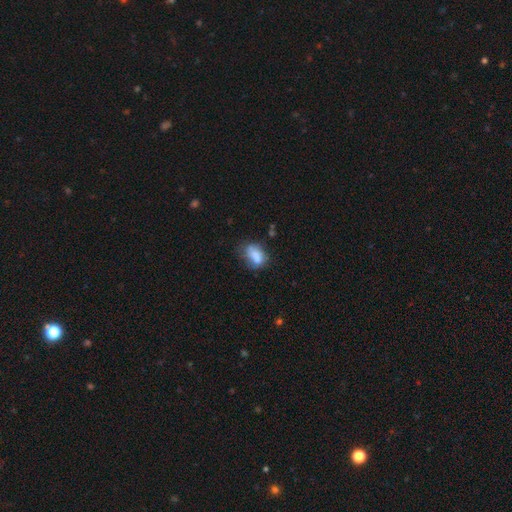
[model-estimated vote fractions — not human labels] The model was most divided on "merging": none: 49%, minor disturbance: 31%, major disturbance: 13%, merger: 7%. More confident: how rounded — in between (82%); smooth or featured — smooth (76%).